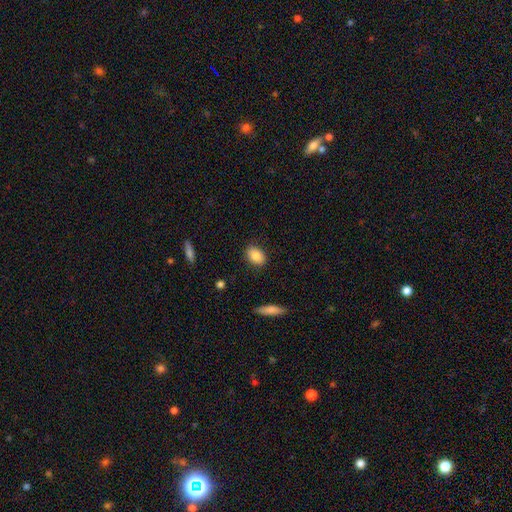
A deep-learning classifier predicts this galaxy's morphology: A smooth galaxy with no disk features (84%) that is in between round and cigar-shaped (79%).

Vote fractions:
- Smooth or featured? smooth: 84% / featured or disk: 8% / star or artifact: 8%
- How rounded? in between: 79% / round: 19% / cigar-shaped: 2%
- Merging? none: 86% / minor disturbance: 11% / major disturbance: 2% / merger: 1%